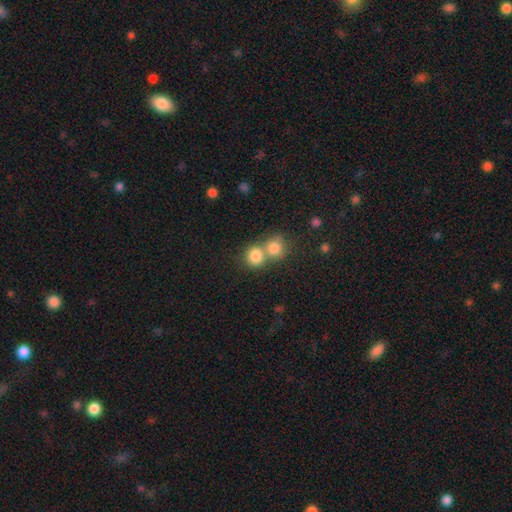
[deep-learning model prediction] This is clearly a smooth galaxy (81%). How rounded: clearly round (81%). Merging: possibly merger (52%).